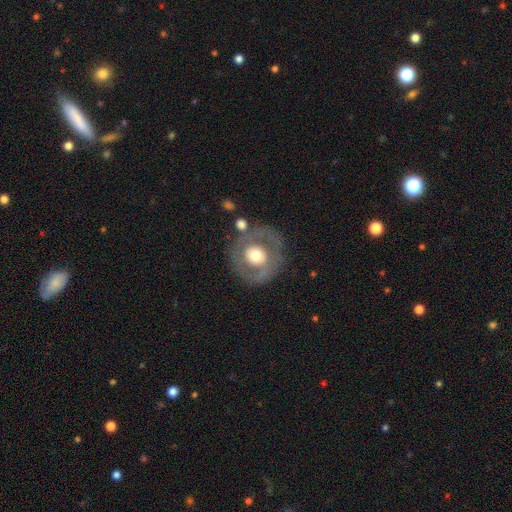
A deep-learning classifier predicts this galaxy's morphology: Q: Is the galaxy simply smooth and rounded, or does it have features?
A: featured or disk — 52%.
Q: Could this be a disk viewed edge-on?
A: no — 95%.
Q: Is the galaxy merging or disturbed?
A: none — 73%.